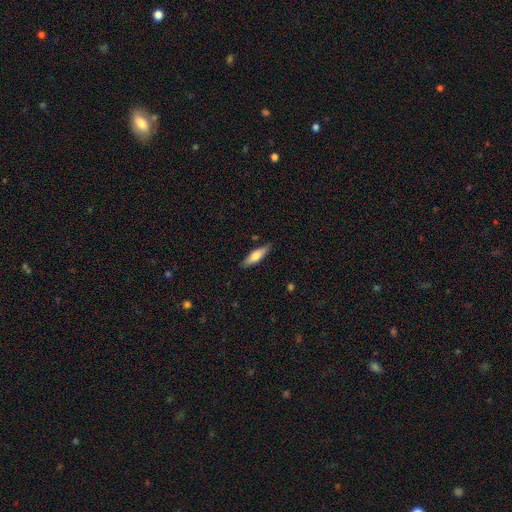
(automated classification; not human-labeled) Smooth or featured? Predicted: smooth (p=0.67). How rounded? Predicted: cigar-shaped (p=0.62). Merging? Predicted: none (p=0.86).